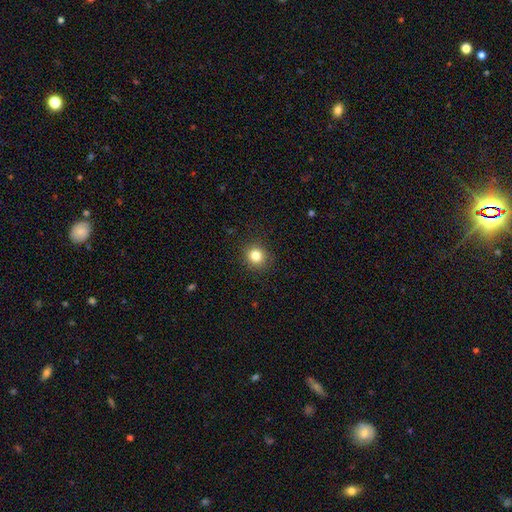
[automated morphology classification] Smooth or featured: smooth — 82% (star or artifact — 12%)
How rounded: round — 88% (in between — 11%)
Merging: none — 90% (minor disturbance — 7%)